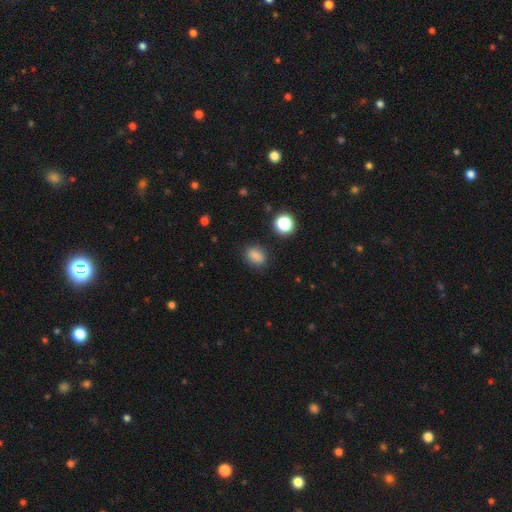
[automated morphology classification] Smooth or featured?
  - smooth: 83% *
  - star or artifact: 13%
  - featured or disk: 4%
How rounded?
  - in between: 64% *
  - round: 34%
  - cigar-shaped: 2%
Merging?
  - none: 83% *
  - minor disturbance: 11%
  - major disturbance: 3%
  - merger: 2%